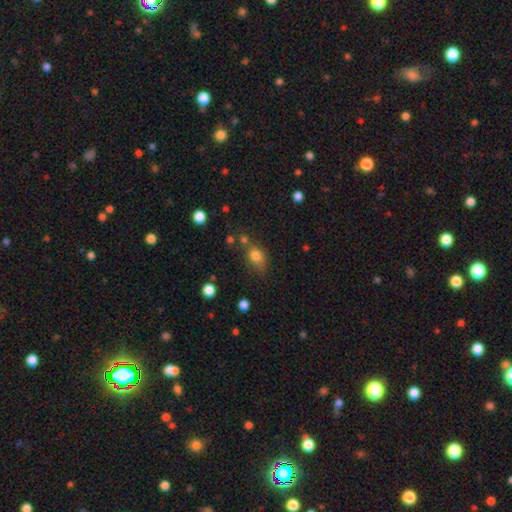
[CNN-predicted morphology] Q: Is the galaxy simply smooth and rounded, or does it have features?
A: smooth — 79%.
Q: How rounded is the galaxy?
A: in between — 59%.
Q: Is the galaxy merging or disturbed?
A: none — 54%.